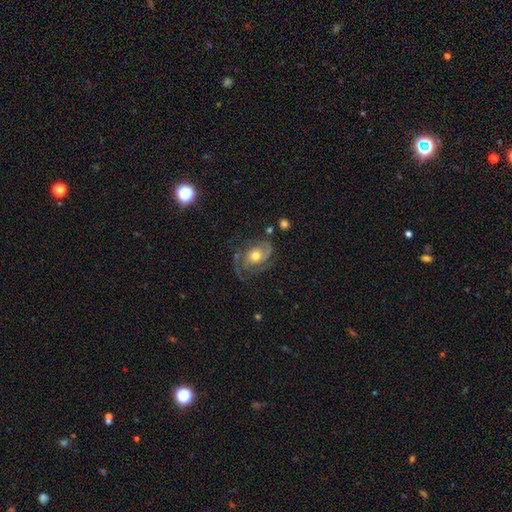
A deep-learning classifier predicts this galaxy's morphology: type=featured or disk (82%); edge-on=no (97%); bar=no (76%); spiral arms=yes (94%); winding=medium (44%); arm count=2 (70%); bulge=moderate (71%); merging=none (62%).